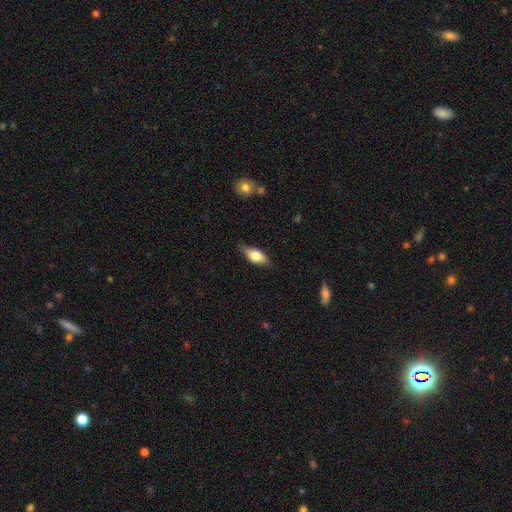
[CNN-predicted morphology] This appears to be a smooth galaxy with no disk features (70%) that is in between round and cigar-shaped (81%). Merging: none (73%).